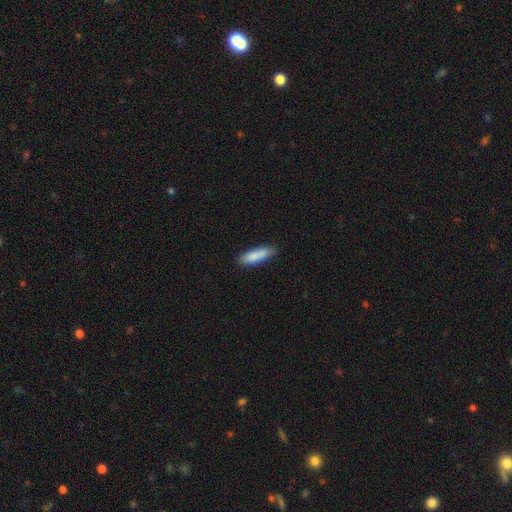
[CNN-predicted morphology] A smooth galaxy with no disk features (87%) that is cigar-shaped (55%).

Vote fractions:
- Smooth or featured? smooth: 87% / featured or disk: 7% / star or artifact: 6%
- How rounded? cigar-shaped: 55% / in between: 44% / round: 2%
- Merging? none: 86% / minor disturbance: 11% / major disturbance: 2% / merger: 1%